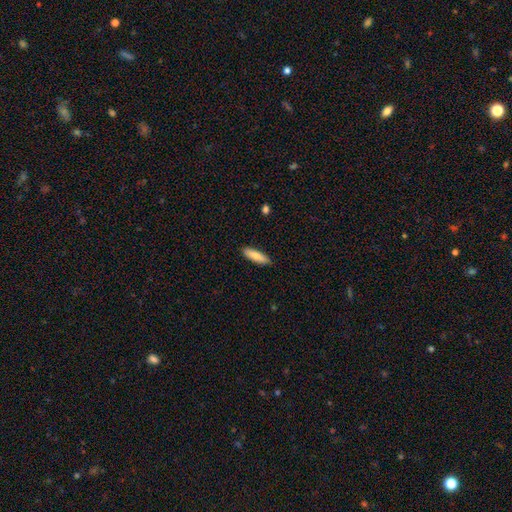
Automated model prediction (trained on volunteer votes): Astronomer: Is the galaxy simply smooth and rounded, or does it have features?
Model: smooth — 82%.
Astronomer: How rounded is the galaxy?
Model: cigar-shaped — 60% (runner-up: in between, 39%).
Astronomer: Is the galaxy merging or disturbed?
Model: none — 89%.